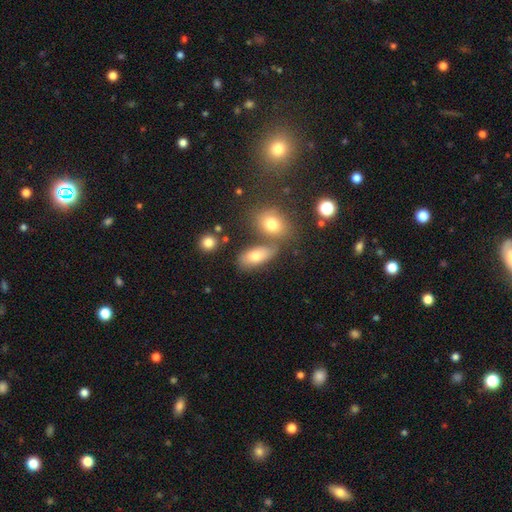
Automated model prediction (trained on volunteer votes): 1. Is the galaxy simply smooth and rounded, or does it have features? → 74% smooth, 15% featured or disk, 11% star or artifact.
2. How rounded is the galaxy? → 85% in between, 9% round, 6% cigar-shaped.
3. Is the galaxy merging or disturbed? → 58% none, 23% merger, 14% minor disturbance, 5% major disturbance.